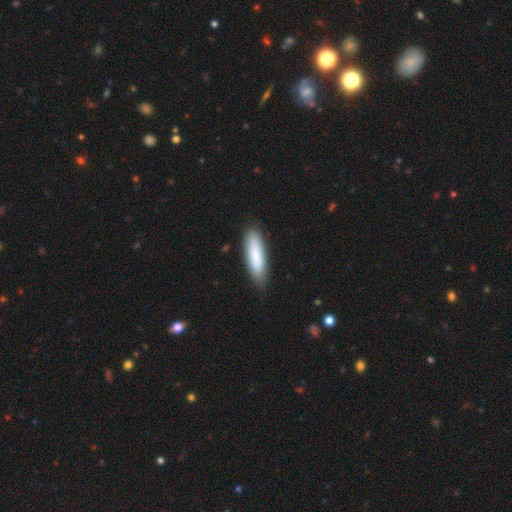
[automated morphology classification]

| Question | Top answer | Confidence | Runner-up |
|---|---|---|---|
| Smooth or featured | smooth | 82% | featured or disk (12%) |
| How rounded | cigar-shaped | 64% | in between (35%) |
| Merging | none | 84% | minor disturbance (12%) |